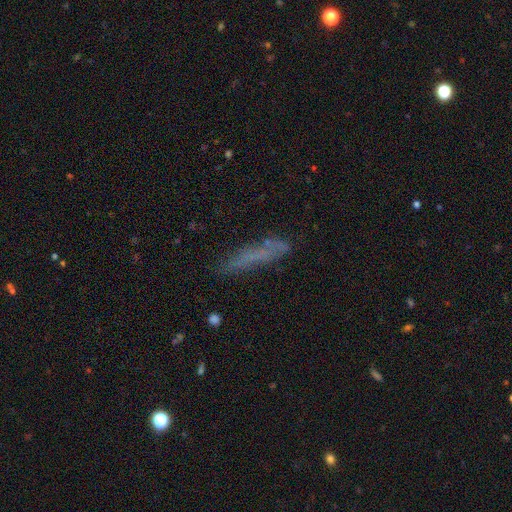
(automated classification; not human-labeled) Q: Smooth or featured?
A: smooth (56%); runner-up: featured or disk (30%)
Q: How rounded?
A: cigar-shaped (88%); runner-up: in between (10%)
Q: Merging?
A: none (70%); runner-up: minor disturbance (19%)